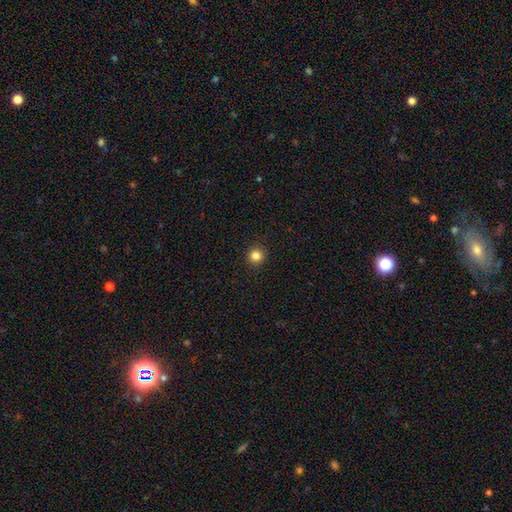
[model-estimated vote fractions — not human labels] smooth-or-featured: smooth: 83% | star or artifact: 13% | featured or disk: 4%
  how-rounded: round: 95% | in between: 4% | cigar-shaped: 1%
  merging: none: 93% | minor disturbance: 4% | major disturbance: 2% | merger: 1%